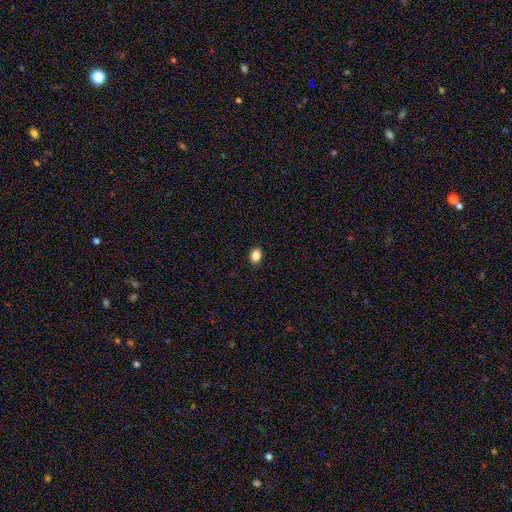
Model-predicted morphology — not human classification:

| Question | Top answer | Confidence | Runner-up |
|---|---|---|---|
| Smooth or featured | smooth | 86% | star or artifact (10%) |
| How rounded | in between | 67% | round (32%) |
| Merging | none | 90% | minor disturbance (7%) |